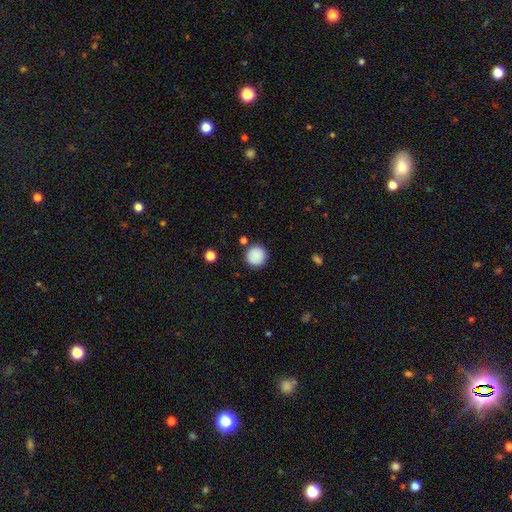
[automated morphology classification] smooth 88%, star or artifact 8%, featured or disk 4%. Down the decision tree: how rounded — round (95%); merging — none (88%).